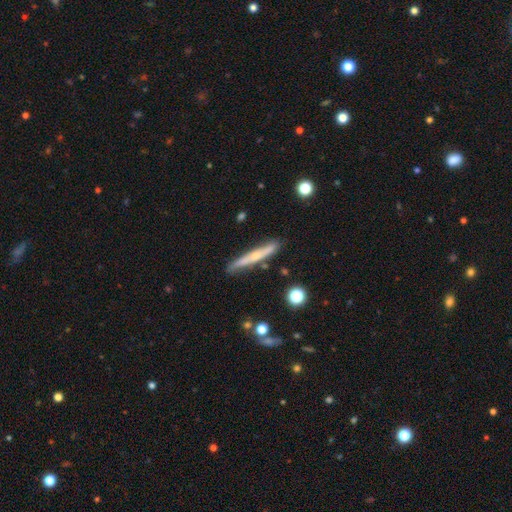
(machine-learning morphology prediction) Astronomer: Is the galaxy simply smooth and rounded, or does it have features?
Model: featured or disk — 60%.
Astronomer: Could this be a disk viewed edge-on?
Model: yes — 90%.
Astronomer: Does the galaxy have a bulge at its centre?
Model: rounded — 69%.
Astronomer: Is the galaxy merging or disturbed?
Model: none — 82%.